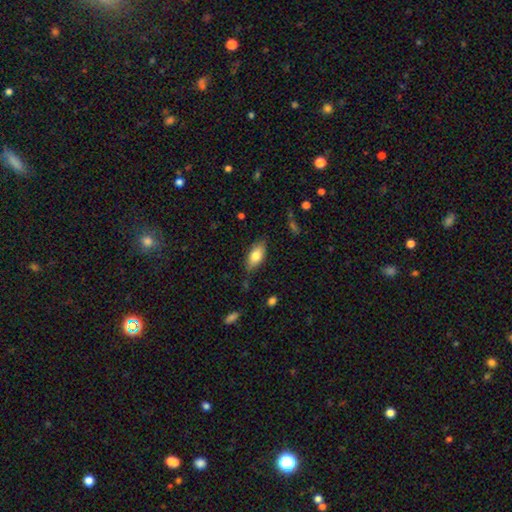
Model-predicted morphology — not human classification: Q: Smooth or featured?
A: smooth (77%); runner-up: featured or disk (16%)
Q: How rounded?
A: in between (88%); runner-up: cigar-shaped (10%)
Q: Merging?
A: none (80%); runner-up: minor disturbance (16%)